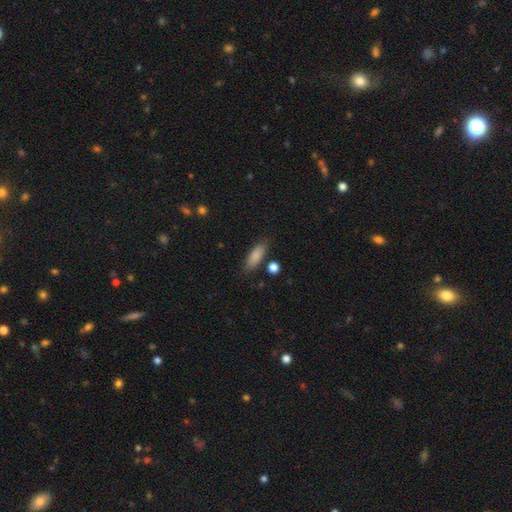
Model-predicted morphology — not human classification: This appears to be a smooth galaxy with no disk features (85%) that is in between round and cigar-shaped (59%). Merging: none (81%).